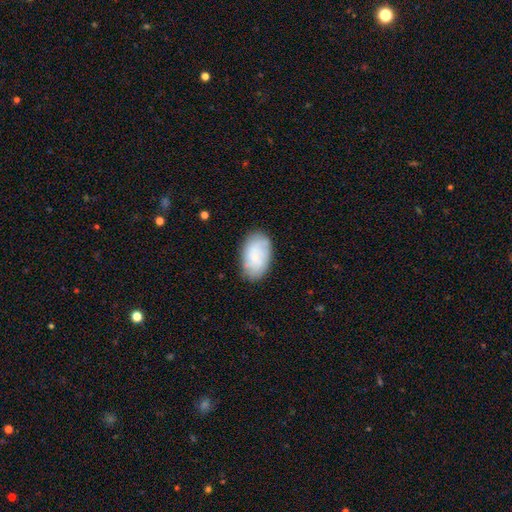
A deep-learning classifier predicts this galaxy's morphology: This is likely a smooth galaxy (62%). How rounded: clearly in between (92%). Merging: likely none (78%).